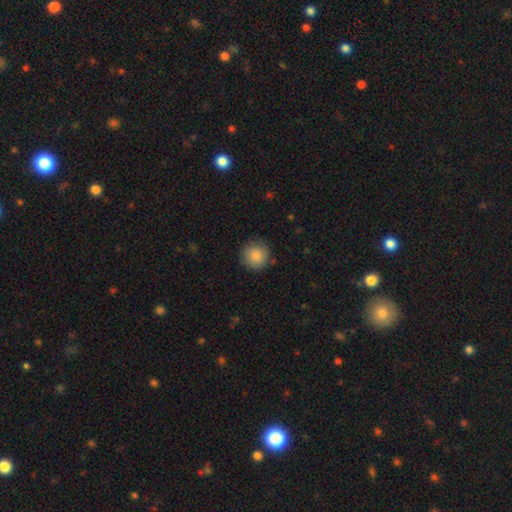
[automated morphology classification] This is clearly a smooth galaxy (85%). How rounded: clearly round (94%). Merging: clearly none (84%).